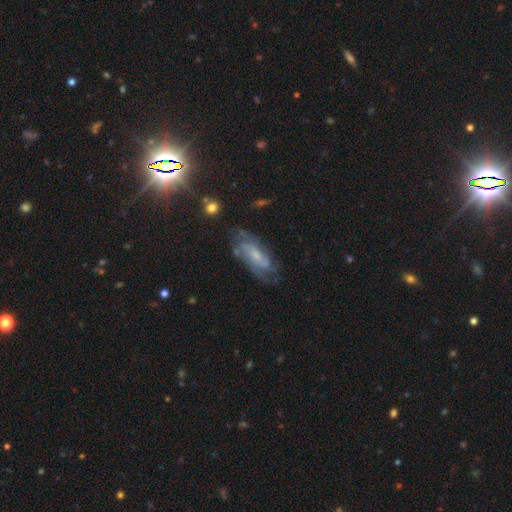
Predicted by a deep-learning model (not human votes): featured or disk 70%, smooth 21%, star or artifact 9%. Down the decision tree: edge-on disk — no (89%); bar — no (55%); spiral arms — yes (87%); spiral arm count — can't tell (41%); spiral winding — tight (44%); bulge size — small (54%); merging — none (65%).